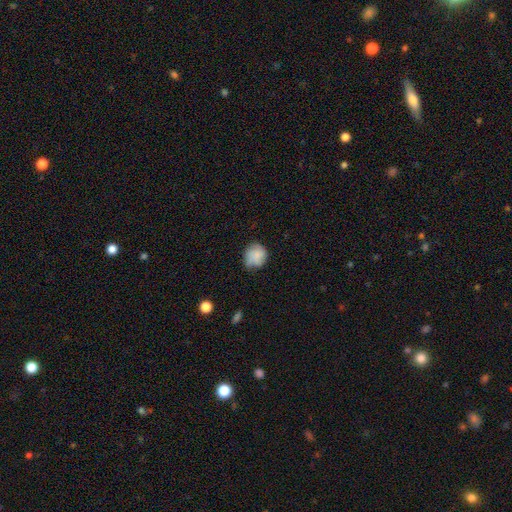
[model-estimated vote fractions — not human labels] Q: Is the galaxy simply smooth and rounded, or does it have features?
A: smooth — 69%.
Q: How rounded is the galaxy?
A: round — 74%.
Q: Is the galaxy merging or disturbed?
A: none — 57%.